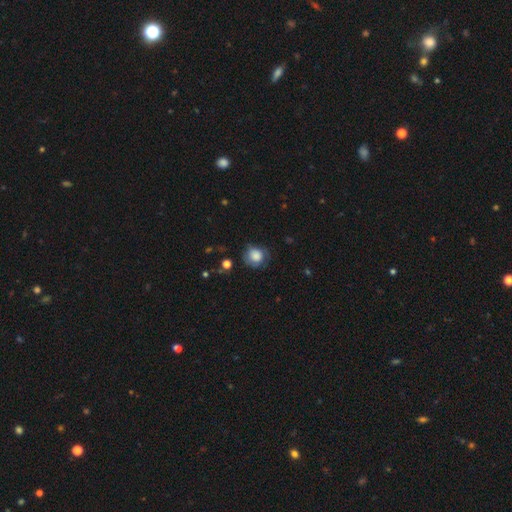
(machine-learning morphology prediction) The model was most divided on "merging": none: 63%, minor disturbance: 24%, major disturbance: 11%, merger: 2%. More confident: how rounded — round (80%); smooth or featured — smooth (72%).